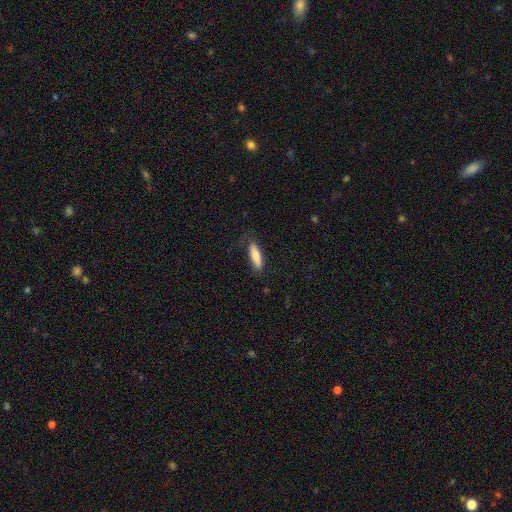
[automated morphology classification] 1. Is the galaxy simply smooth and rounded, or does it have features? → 78% smooth, 16% featured or disk, 6% star or artifact.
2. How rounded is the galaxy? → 59% cigar-shaped, 40% in between, 2% round.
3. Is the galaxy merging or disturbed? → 75% none, 18% minor disturbance, 5% major disturbance, 1% merger.